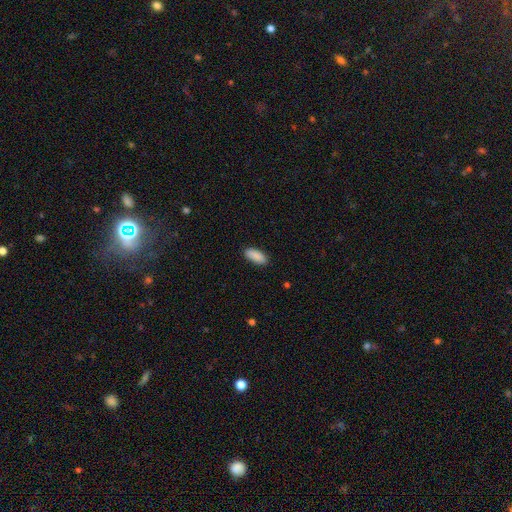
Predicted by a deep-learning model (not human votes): A smooth galaxy with no disk features (90%) that is in between round and cigar-shaped (85%). Merging: none (89%).